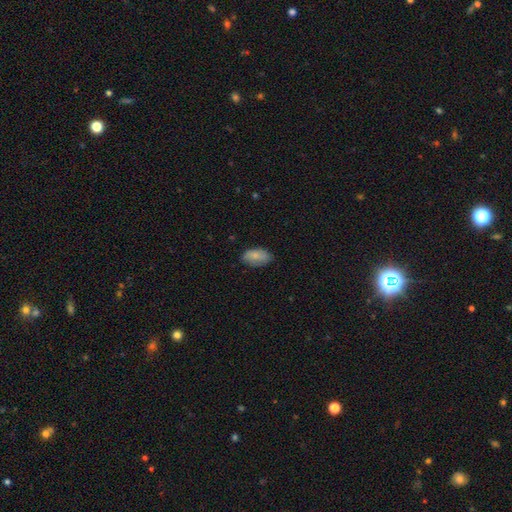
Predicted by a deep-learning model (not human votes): Smooth or featured: smooth — 78% (featured or disk — 15%)
How rounded: in between — 92% (round — 5%)
Merging: none — 75% (minor disturbance — 20%)